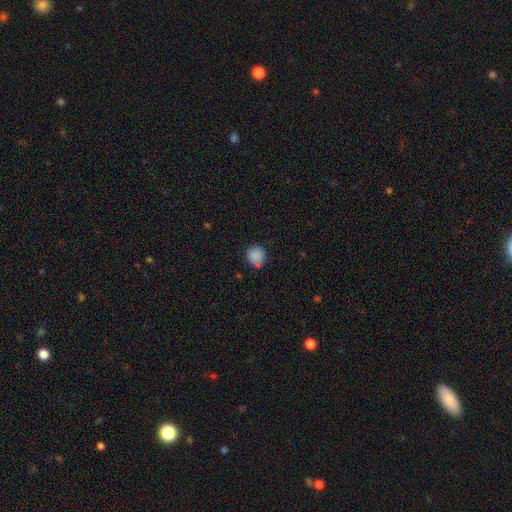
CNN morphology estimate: smooth 86%, star or artifact 9%, featured or disk 5%. Down the decision tree: how rounded — round (83%); merging — none (66%).